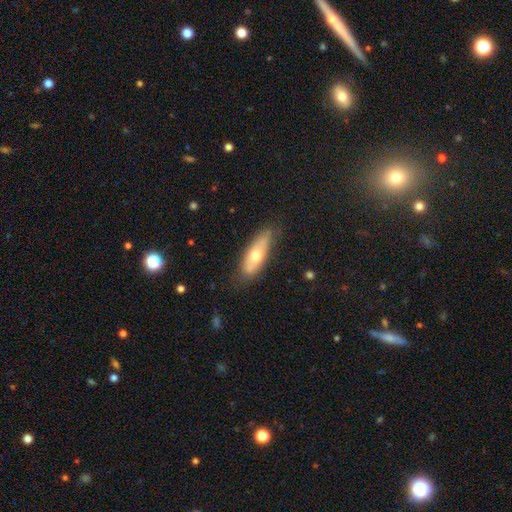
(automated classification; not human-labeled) smooth 57%, featured or disk 37%, star or artifact 7%. Down the decision tree: how rounded — in between (61%); merging — none (72%).